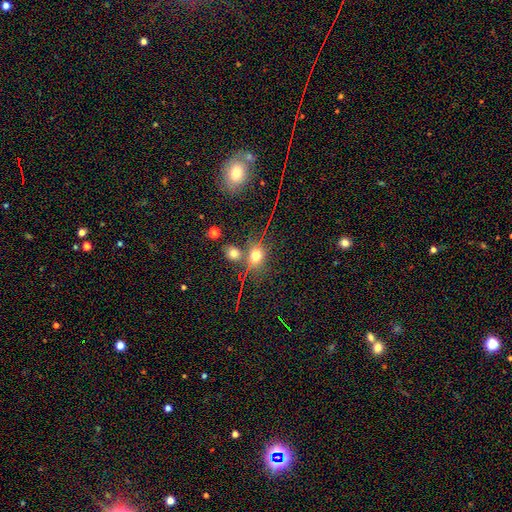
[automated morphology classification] This appears to be a smooth galaxy with no disk features (56%) that is in between round and cigar-shaped (52%). Merging: none (64%).